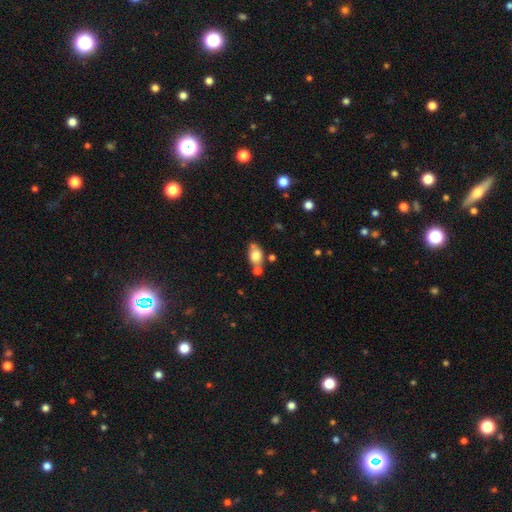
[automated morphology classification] smooth_or_featured: smooth (p=0.72) [alt: featured or disk p=0.19]
how_rounded: in between (p=0.79) [alt: round p=0.17]
merging: none (p=0.51) [alt: merger p=0.27]